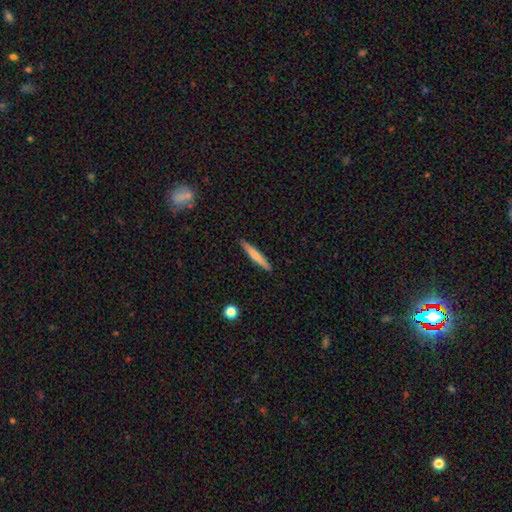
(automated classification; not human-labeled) This is likely a smooth galaxy (69%). How rounded: clearly cigar-shaped (94%). Merging: clearly none (91%).